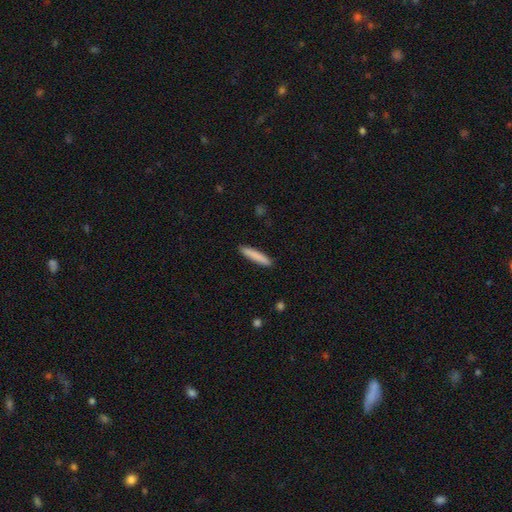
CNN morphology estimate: This appears to be a smooth galaxy with no disk features (85%) that is cigar-shaped (91%). Merging: none (91%).